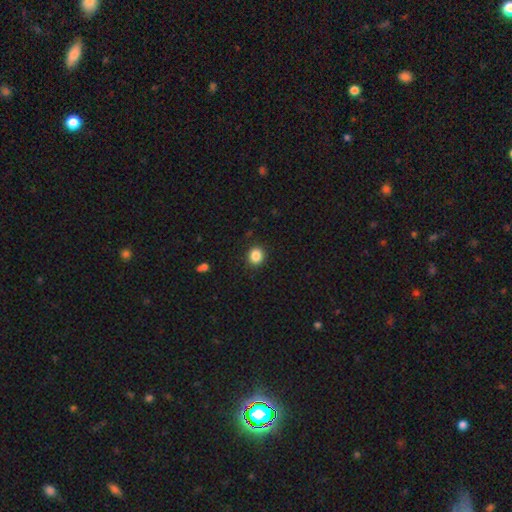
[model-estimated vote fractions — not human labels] Smooth or featured? Predicted: smooth (p=0.86). How rounded? Predicted: round (p=0.82). Merging? Predicted: none (p=0.91).